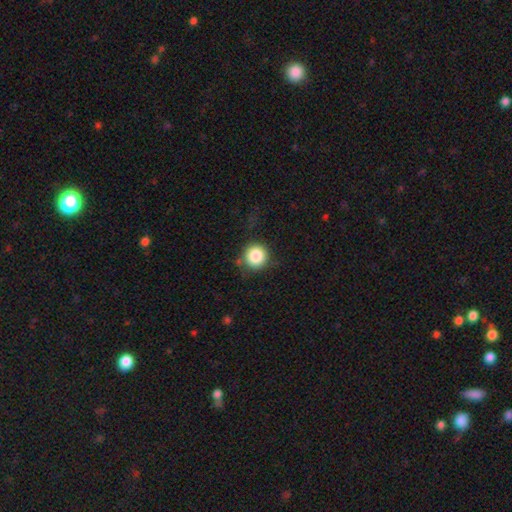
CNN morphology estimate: A smooth galaxy with no disk features (84%) that is round (94%).

Vote fractions:
- Smooth or featured? smooth: 84% / star or artifact: 10% / featured or disk: 6%
- How rounded? round: 94% / in between: 5% / cigar-shaped: 1%
- Merging? none: 79% / minor disturbance: 13% / major disturbance: 5% / merger: 2%